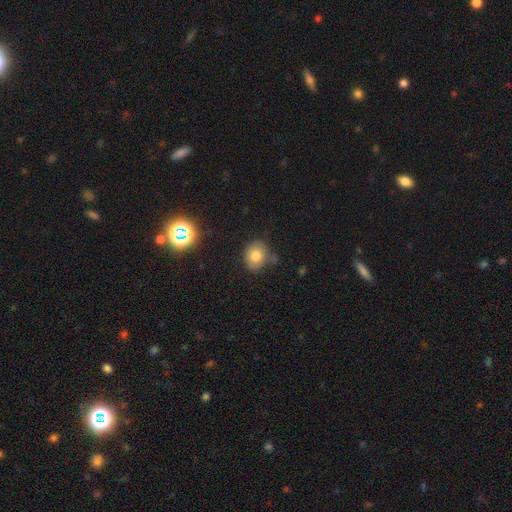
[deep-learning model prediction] smooth_or_featured: smooth (p=0.77) [alt: star or artifact p=0.12]
how_rounded: round (p=0.57) [alt: in between p=0.42]
merging: none (p=0.74) [alt: minor disturbance p=0.16]